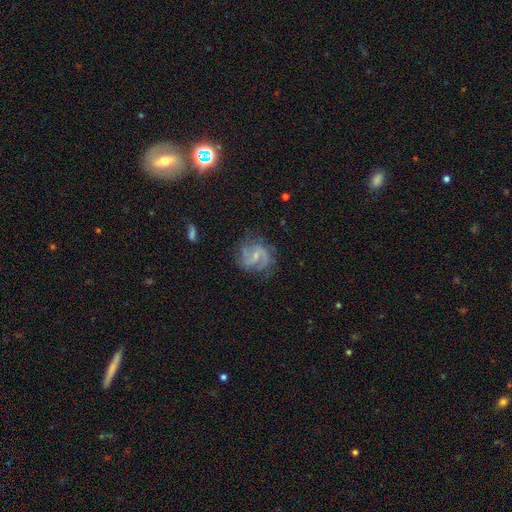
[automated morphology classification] This appears to be a featured or disk galaxy (82%) with a weak bar (54%), 2 (59%) medium (50%) spiral arms (95%) and a small central bulge (66%). Merging: none (70%).